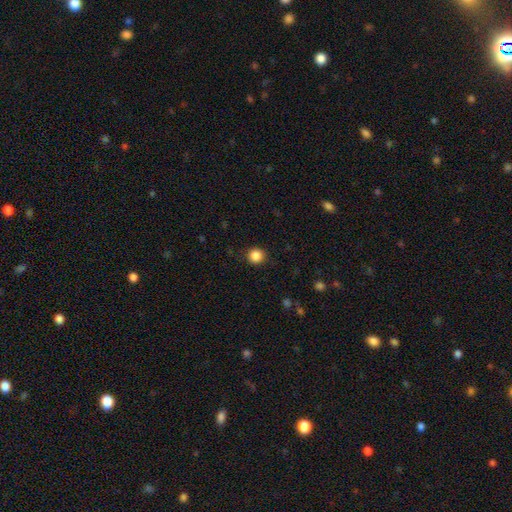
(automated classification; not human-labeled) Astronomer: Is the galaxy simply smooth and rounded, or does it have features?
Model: smooth — 86%.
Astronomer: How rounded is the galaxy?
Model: round — 93%.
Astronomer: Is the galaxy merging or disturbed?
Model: none — 90%.